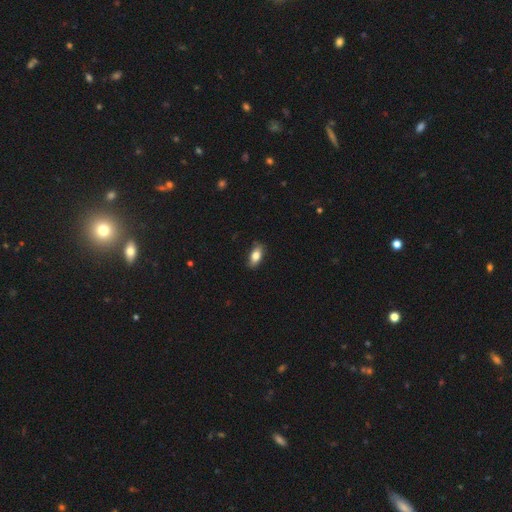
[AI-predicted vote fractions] smooth_or_featured: smooth (p=0.81) [alt: featured or disk p=0.12]
how_rounded: in between (p=0.87) [alt: cigar-shaped p=0.08]
merging: none (p=0.83) [alt: minor disturbance p=0.13]